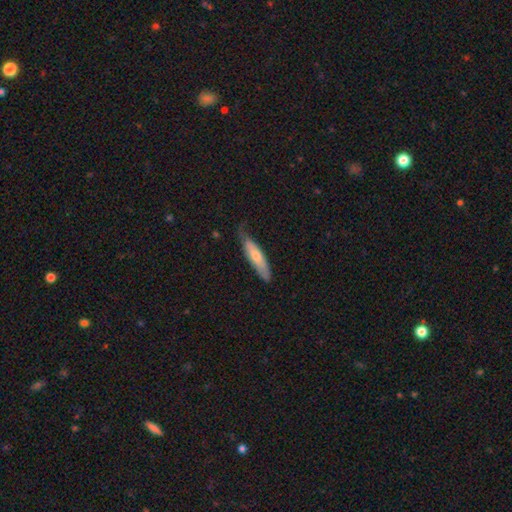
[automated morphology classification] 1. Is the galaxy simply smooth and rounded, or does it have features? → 60% smooth, 34% featured or disk, 6% star or artifact.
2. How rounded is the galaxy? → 75% cigar-shaped, 23% in between, 2% round.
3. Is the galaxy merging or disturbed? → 62% none, 30% minor disturbance, 6% major disturbance, 1% merger.